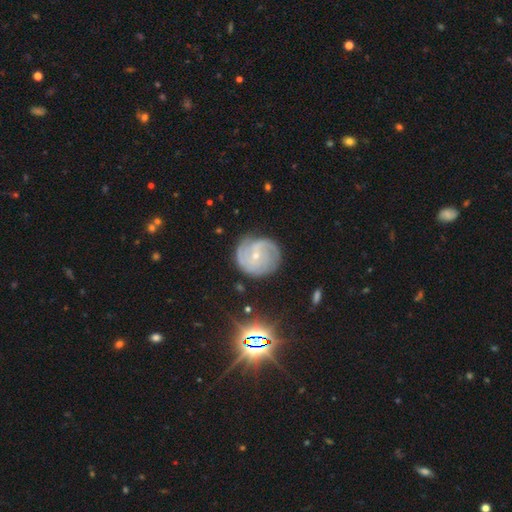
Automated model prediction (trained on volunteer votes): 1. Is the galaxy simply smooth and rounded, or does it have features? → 82% featured or disk, 11% smooth, 7% star or artifact.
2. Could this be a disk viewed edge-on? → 98% no, 2% yes.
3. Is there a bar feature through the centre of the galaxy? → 61% no, 32% weak, 7% strong.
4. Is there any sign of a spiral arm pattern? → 95% yes, 5% no.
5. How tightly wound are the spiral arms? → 59% tight, 33% medium, 8% loose.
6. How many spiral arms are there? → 33% 3, 23% can't tell, 19% 2, 13% 4, 6% more than 4, 6% 1.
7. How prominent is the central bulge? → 77% small, 19% moderate, 1% none, 1% large, 1% dominant.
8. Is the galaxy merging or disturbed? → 74% none, 18% minor disturbance, 6% major disturbance, 2% merger.